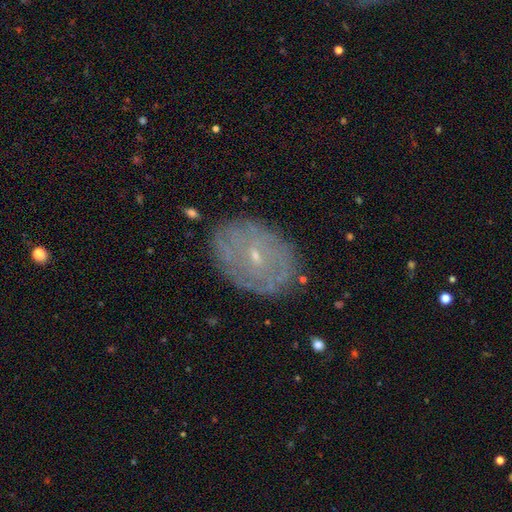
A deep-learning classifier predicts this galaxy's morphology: Smooth or featured?
  - featured or disk: 64% *
  - smooth: 26%
  - star or artifact: 11%
Edge-on disk?
  - no: 95% *
  - yes: 5%
Bar?
  - no: 67% *
  - weak: 27%
  - strong: 6%
Spiral arms?
  - yes: 68% *
  - no: 32%
Bulge size?
  - small: 82% *
  - moderate: 14%
  - none: 2%
  - large: 1%
  - dominant: 1%
Merging?
  - none: 81% *
  - minor disturbance: 14%
  - major disturbance: 4%
  - merger: 1%